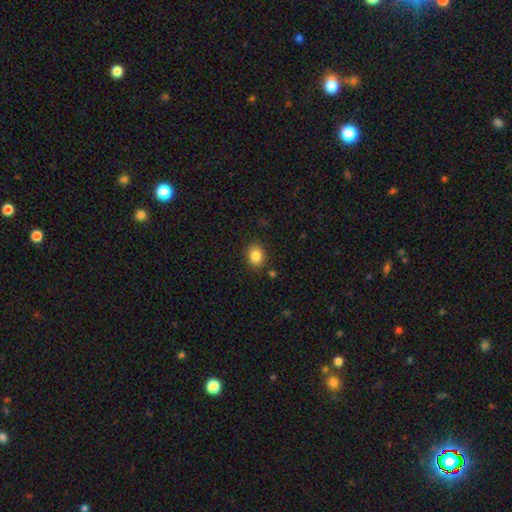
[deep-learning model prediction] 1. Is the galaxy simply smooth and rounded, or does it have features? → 85% smooth, 10% star or artifact, 5% featured or disk.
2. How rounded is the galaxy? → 51% in between, 49% round, 1% cigar-shaped.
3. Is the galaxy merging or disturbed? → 86% none, 9% minor disturbance, 3% major disturbance, 2% merger.